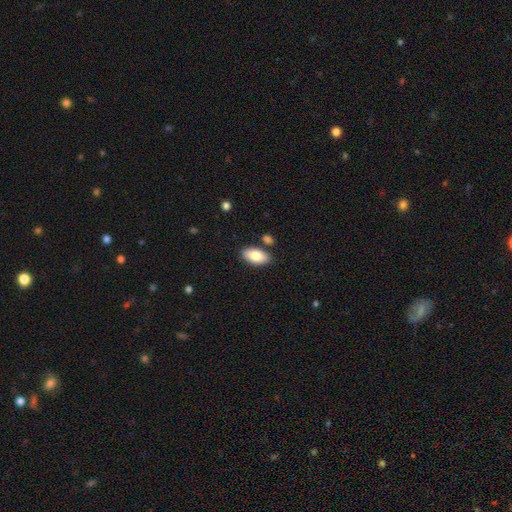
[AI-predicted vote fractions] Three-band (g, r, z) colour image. It shows a smooth galaxy with no disk features (82%) that is in between round and cigar-shaped (94%). Merging: none (81%).